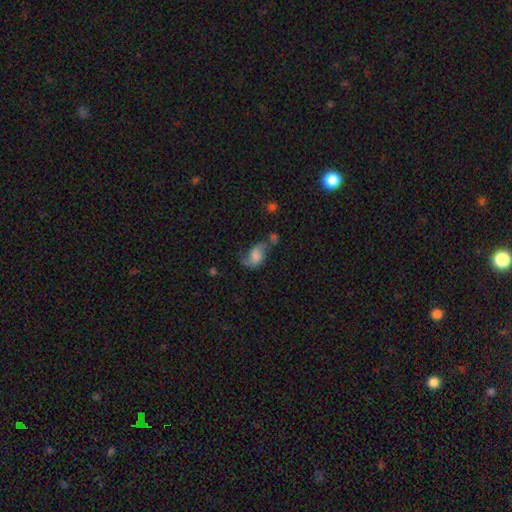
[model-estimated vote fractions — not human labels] A featured or disk galaxy (57%) with no bar (56%), spiral arms (86%) and no central bulge (39%). Merging: none (36%).